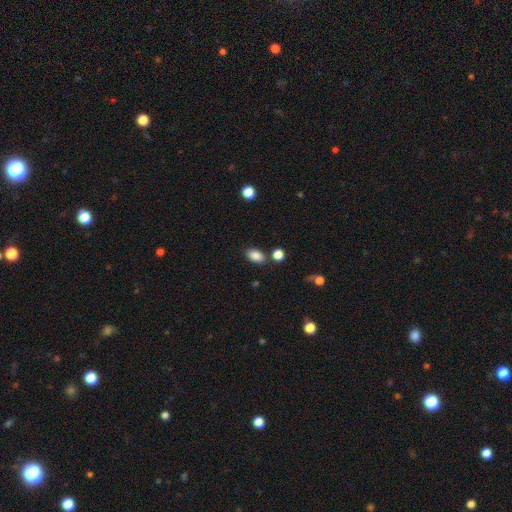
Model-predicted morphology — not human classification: smooth_or_featured: smooth (p=0.86) [alt: star or artifact p=0.09]
how_rounded: in between (p=0.87) [alt: round p=0.11]
merging: none (p=0.78) [alt: minor disturbance p=0.11]